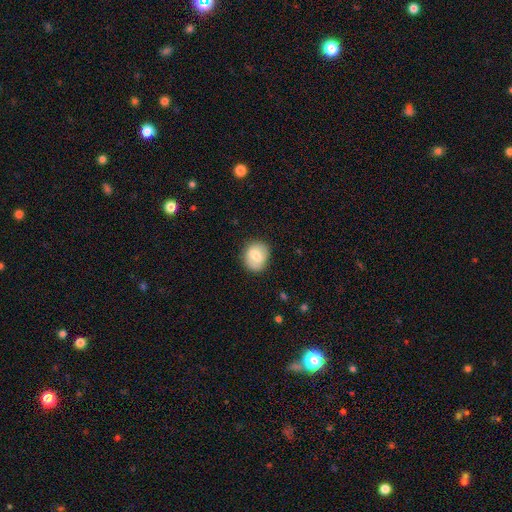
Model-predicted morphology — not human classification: This appears to be a smooth galaxy with no disk features (74%) that is round (60%). Merging: none (79%).